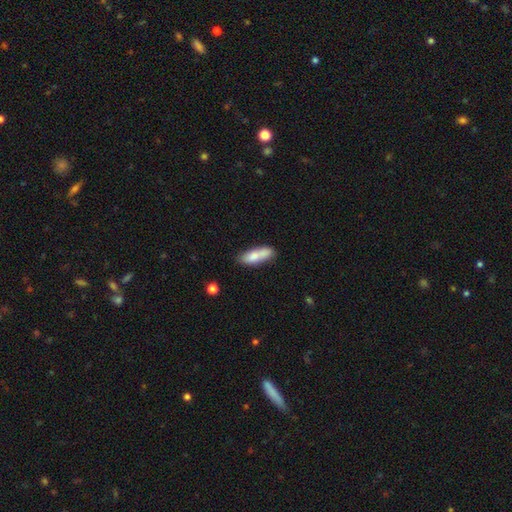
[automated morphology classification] Smooth or featured: smooth — 76% (featured or disk — 17%)
How rounded: in between — 54% (cigar-shaped — 44%)
Merging: none — 56% (minor disturbance — 21%)